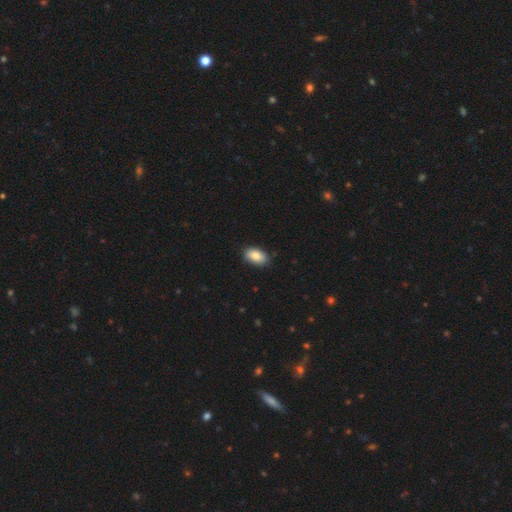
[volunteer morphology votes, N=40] A smooth galaxy with no disk features (90%) that is in between round and cigar-shaped (94%). Merging: none (97%).